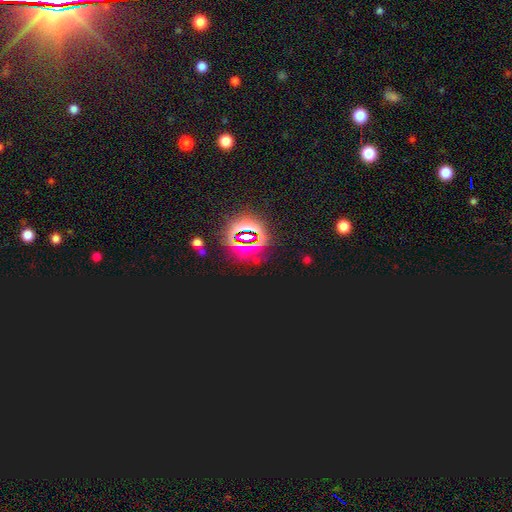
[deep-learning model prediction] Morphology: type=star or artifact (84%).